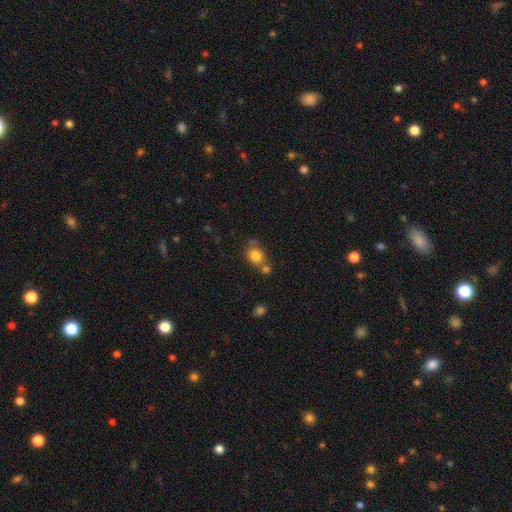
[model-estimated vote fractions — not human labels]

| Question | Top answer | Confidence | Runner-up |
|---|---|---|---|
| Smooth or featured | smooth | 80% | star or artifact (11%) |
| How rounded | round | 63% | in between (36%) |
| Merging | none | 48% | merger (32%) |